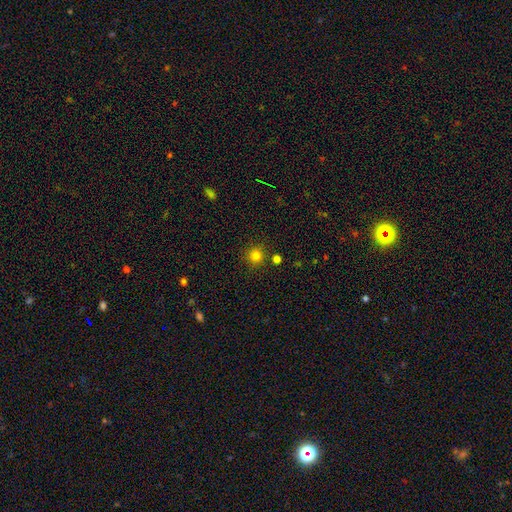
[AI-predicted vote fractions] Smooth or featured?
  - smooth: 80% *
  - star or artifact: 15%
  - featured or disk: 5%
How rounded?
  - round: 94% *
  - in between: 5%
  - cigar-shaped: 1%
Merging?
  - none: 86% *
  - minor disturbance: 7%
  - merger: 5%
  - major disturbance: 2%